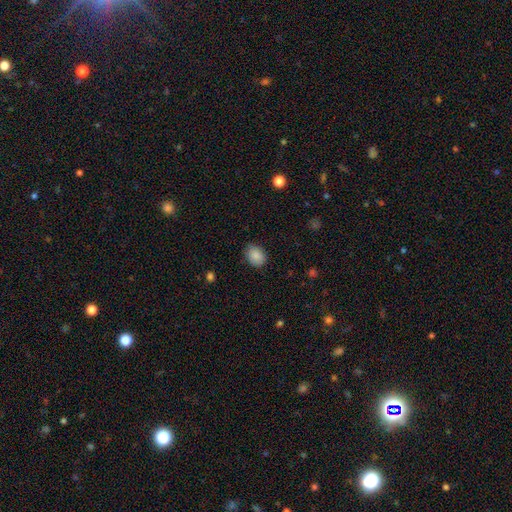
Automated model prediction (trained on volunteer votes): Morphology: type=smooth (88%); roundness=in between (60%); merging=none (79%).